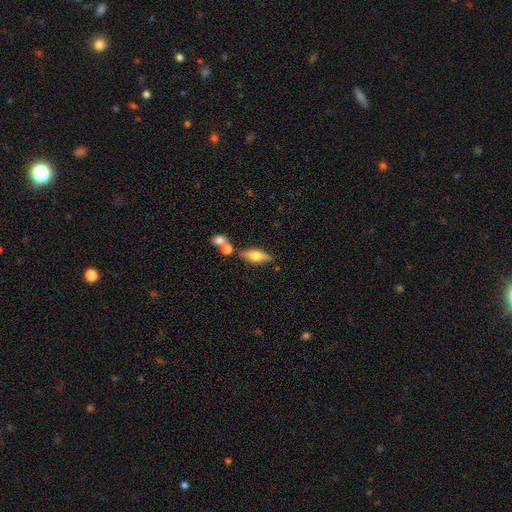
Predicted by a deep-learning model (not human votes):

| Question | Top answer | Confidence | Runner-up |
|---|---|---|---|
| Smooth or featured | smooth | 48% | featured or disk (45%) |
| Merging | none | 72% | merger (12%) |